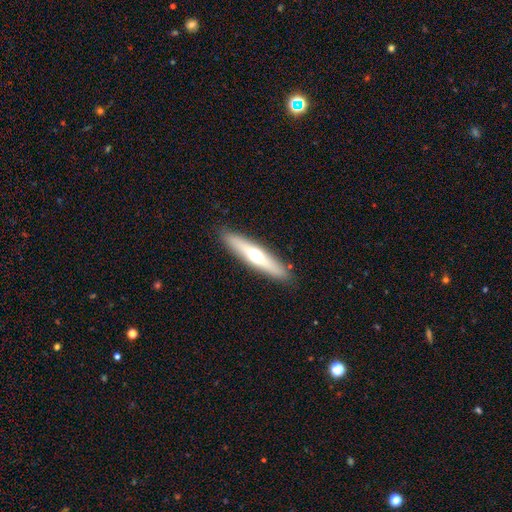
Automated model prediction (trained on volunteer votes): A featured or disk galaxy (49%). Merging: none (89%).